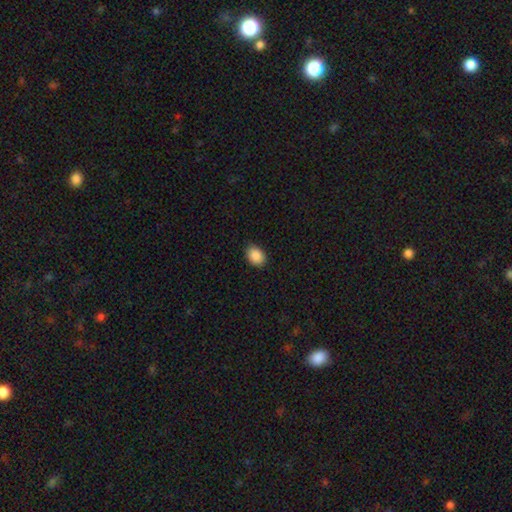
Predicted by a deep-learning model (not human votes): smooth 89%, star or artifact 8%, featured or disk 3%. Down the decision tree: how rounded — in between (73%); merging — none (86%).